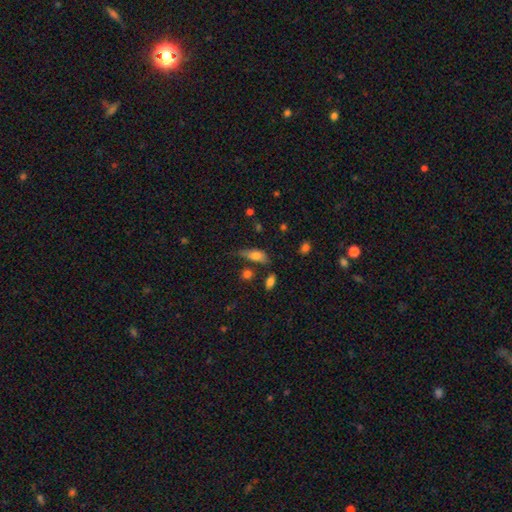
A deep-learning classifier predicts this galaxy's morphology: This is likely a smooth galaxy (70%). How rounded: likely in between (72%). Merging: possibly none (46%).